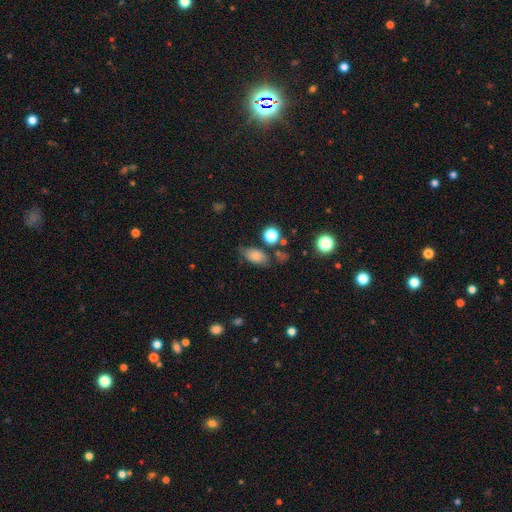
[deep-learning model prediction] This is likely a smooth galaxy (75%). How rounded: clearly in between (83%). Merging: likely none (65%).